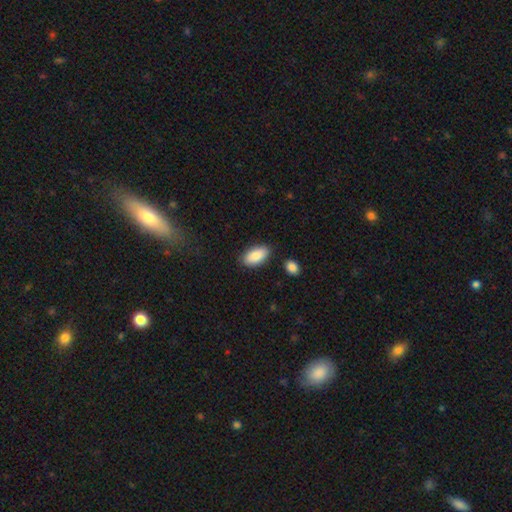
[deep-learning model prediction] smooth 89%, star or artifact 6%, featured or disk 6%. Down the decision tree: how rounded — in between (94%); merging — none (82%).